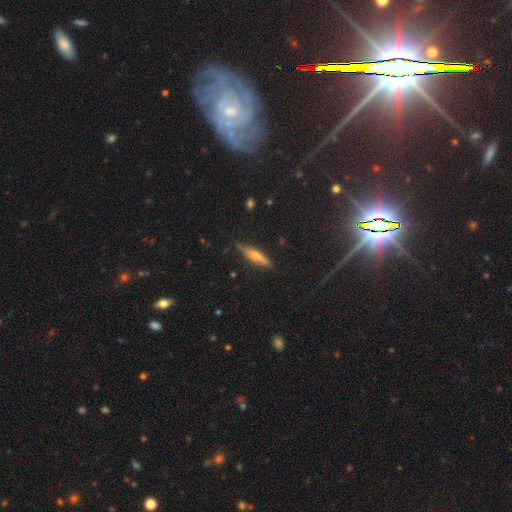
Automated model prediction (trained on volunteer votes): Smooth or featured? Predicted: featured or disk (p=0.59). Edge-on disk? Predicted: yes (p=0.94). Edge-on bulge? Predicted: rounded (p=0.88). Merging? Predicted: none (p=0.83).